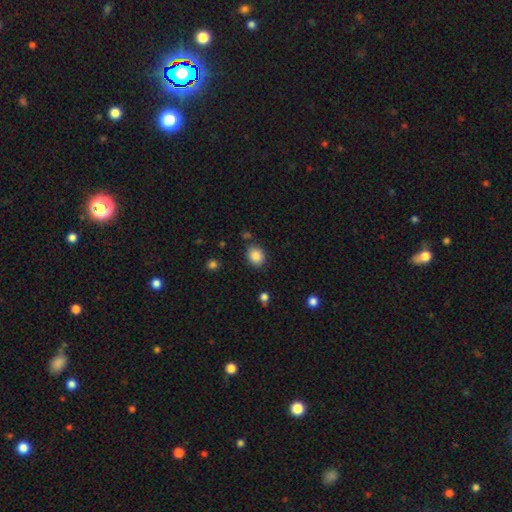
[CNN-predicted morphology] A smooth galaxy with no disk features (87%) that is round (58%). Merging: none (81%).